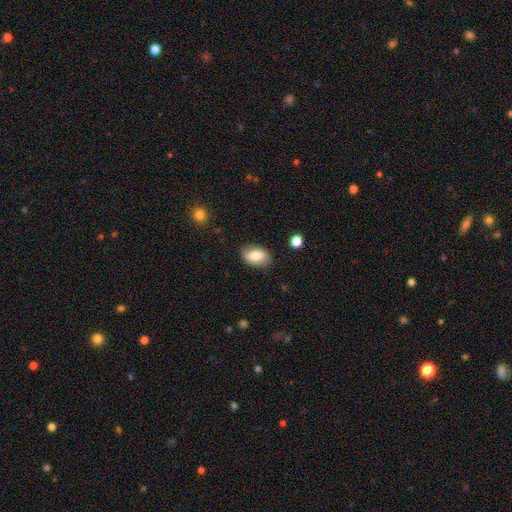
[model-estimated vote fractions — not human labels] Smooth or featured? Predicted: smooth (p=0.72). How rounded? Predicted: in between (p=0.89). Merging? Predicted: none (p=0.81).